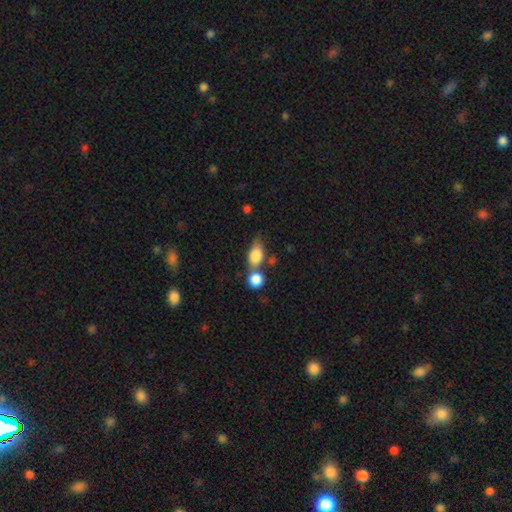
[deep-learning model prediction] Q: Smooth or featured?
A: smooth (82%); runner-up: featured or disk (10%)
Q: How rounded?
A: in between (76%); runner-up: round (18%)
Q: Merging?
A: merger (40%); runner-up: none (38%)